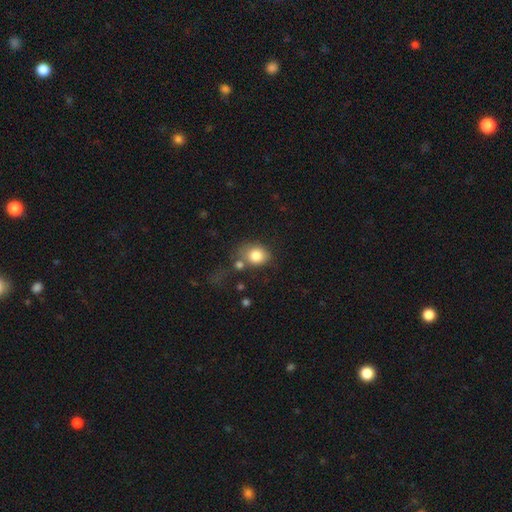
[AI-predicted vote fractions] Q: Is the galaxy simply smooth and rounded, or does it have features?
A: smooth — 82%.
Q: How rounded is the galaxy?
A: round — 55%.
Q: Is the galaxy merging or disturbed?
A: none — 51%.